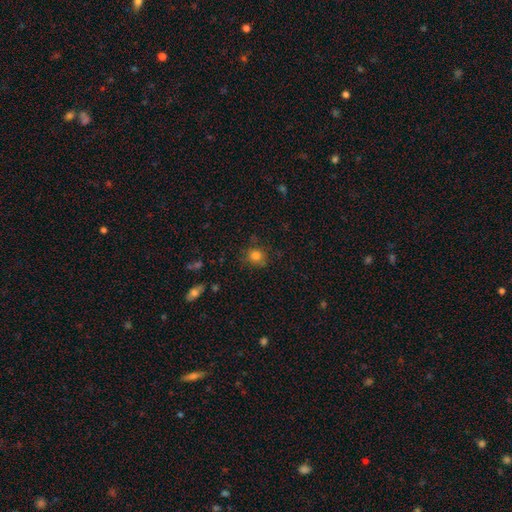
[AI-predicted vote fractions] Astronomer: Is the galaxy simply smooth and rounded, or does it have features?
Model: smooth — 80%.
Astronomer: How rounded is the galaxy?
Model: round — 79%.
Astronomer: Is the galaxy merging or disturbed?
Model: none — 78%.